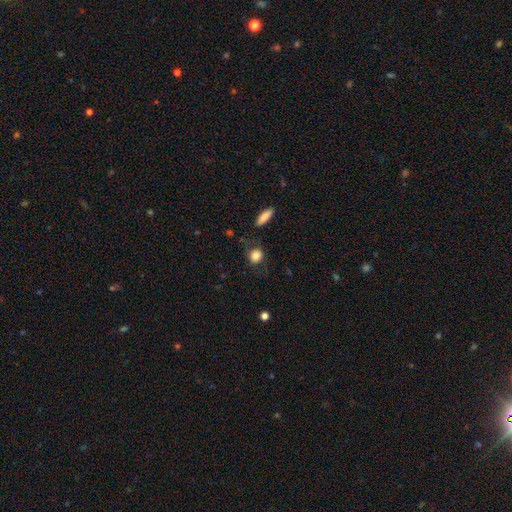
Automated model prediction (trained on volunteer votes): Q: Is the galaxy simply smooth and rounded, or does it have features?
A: smooth — 81%.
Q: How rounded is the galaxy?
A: round — 66%.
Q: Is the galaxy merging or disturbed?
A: none — 69%.